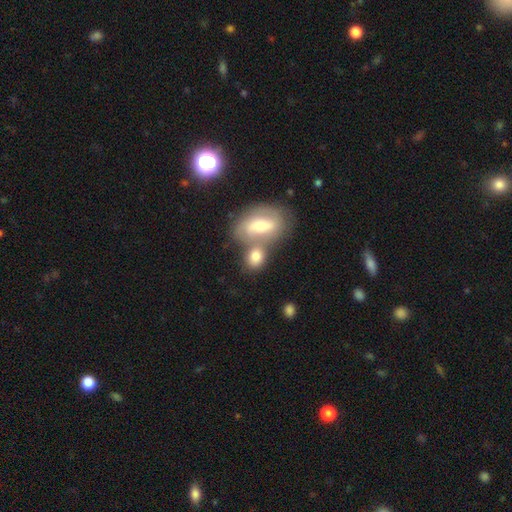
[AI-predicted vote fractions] smooth 64%, featured or disk 27%, star or artifact 9%. Down the decision tree: how rounded — in between (63%); merging — merger (45%).